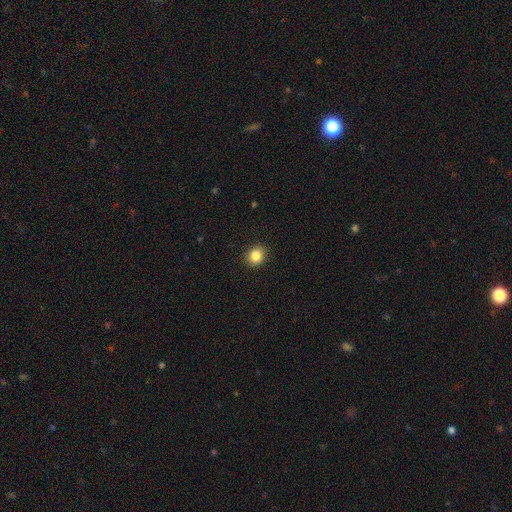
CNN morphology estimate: Q: Smooth or featured?
A: smooth (86%); runner-up: star or artifact (10%)
Q: How rounded?
A: round (76%); runner-up: in between (24%)
Q: Merging?
A: none (89%); runner-up: minor disturbance (8%)